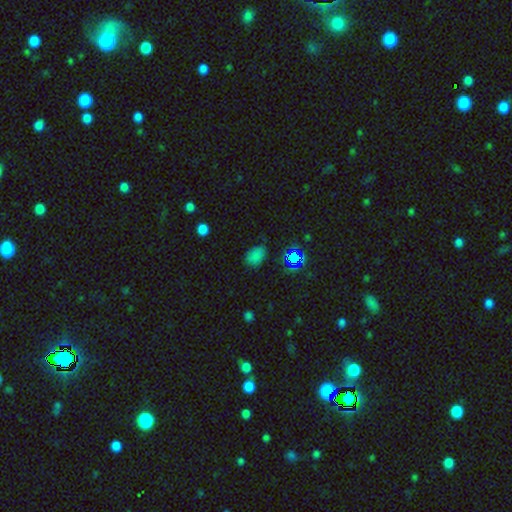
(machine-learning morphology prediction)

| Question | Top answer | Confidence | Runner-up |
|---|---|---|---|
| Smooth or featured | smooth | 69% | star or artifact (26%) |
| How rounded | in between | 78% | round (21%) |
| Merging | none | 72% | minor disturbance (20%) |